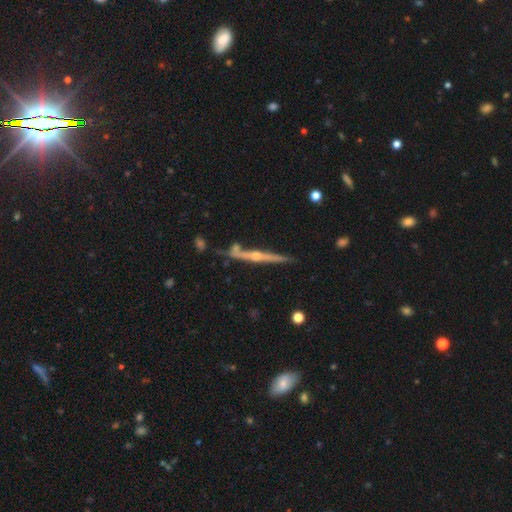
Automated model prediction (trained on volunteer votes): This appears to be a featured or disk galaxy (80%) viewed edge-on (96%) with a rounded central bulge (81%). Merging: none (72%).